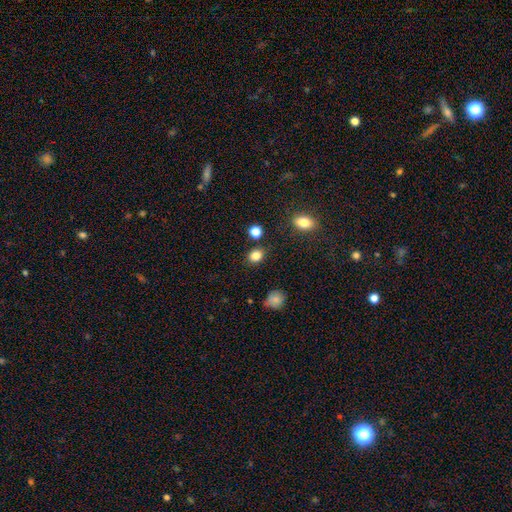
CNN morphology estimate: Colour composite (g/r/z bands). It shows a smooth galaxy with no disk features (84%) that is round (51%). Merging: none (83%).